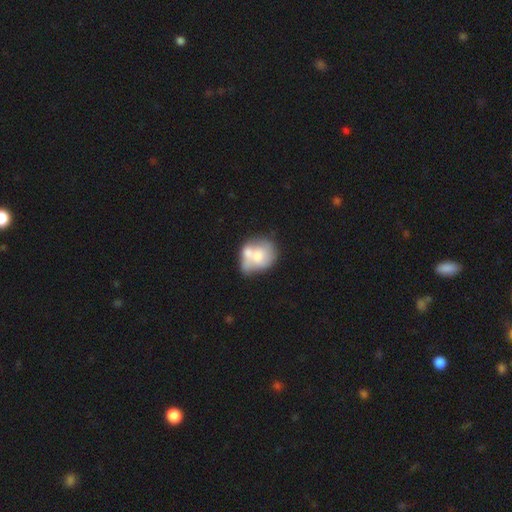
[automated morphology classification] Q: Smooth or featured?
A: smooth (59%); runner-up: featured or disk (34%)
Q: How rounded?
A: round (54%); runner-up: in between (45%)
Q: Merging?
A: merger (57%); runner-up: none (21%)